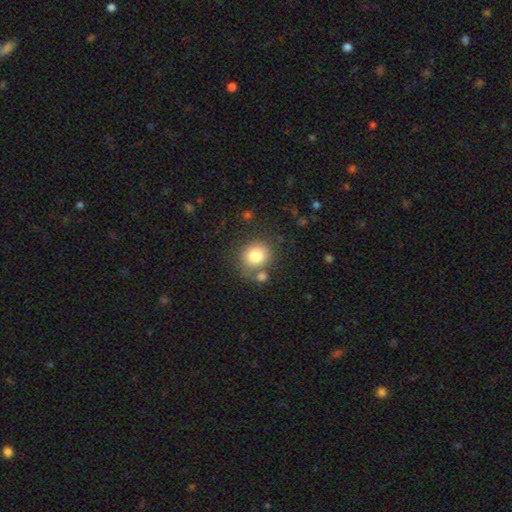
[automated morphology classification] Smooth or featured? Predicted: smooth (p=0.80). How rounded? Predicted: round (p=0.82). Merging? Predicted: none (p=0.64).